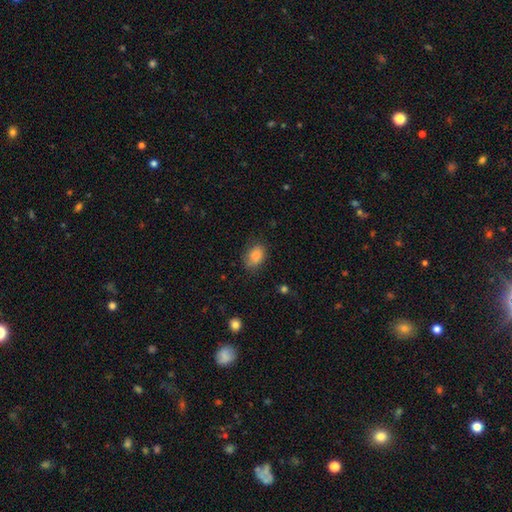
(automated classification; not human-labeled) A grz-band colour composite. It shows a smooth galaxy with no disk features (86%) that is in between round and cigar-shaped (80%). Merging: none (70%).